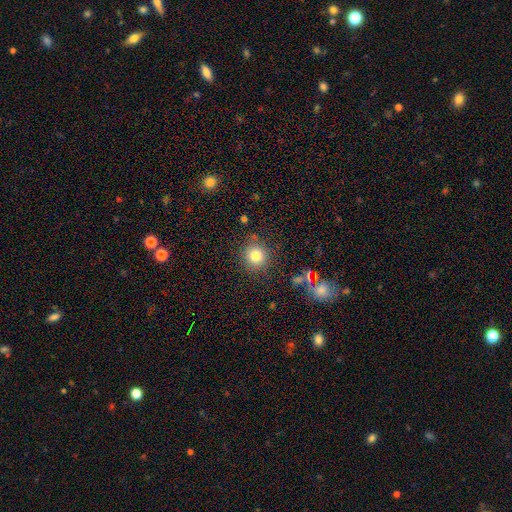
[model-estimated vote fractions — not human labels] Overall: smooth (82%). How rounded: round (91%). Merging: none (83%).